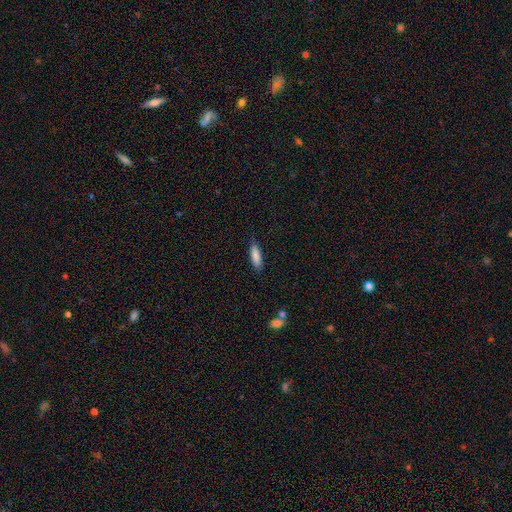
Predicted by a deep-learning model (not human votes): A smooth galaxy with no disk features (86%) that is cigar-shaped (52%). Merging: none (84%).